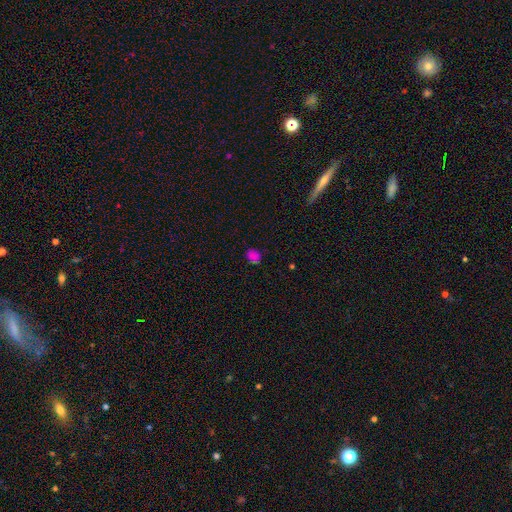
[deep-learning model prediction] The model was most divided on "how rounded": round: 52%, in between: 47%, cigar-shaped: 1%. More confident: merging — none (76%); smooth or featured — smooth (71%).